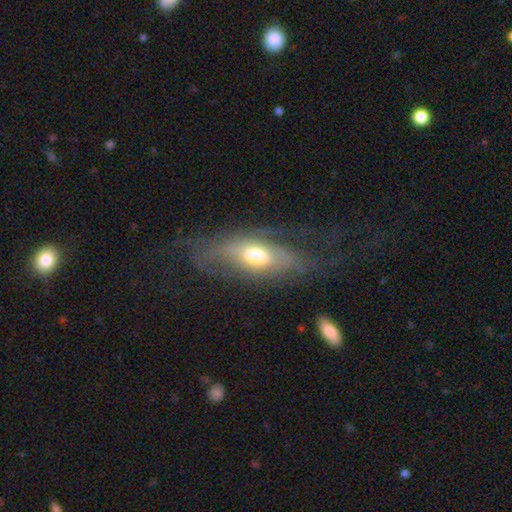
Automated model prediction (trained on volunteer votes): smooth_or_featured: featured or disk (p=0.57) [alt: smooth p=0.36]
disk_edge_on: no (p=0.76) [alt: yes p=0.24]
merging: none (p=0.52) [alt: major disturbance p=0.24]